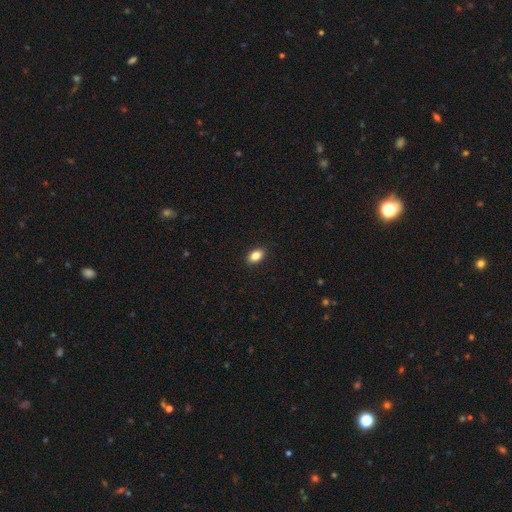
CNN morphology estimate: A smooth galaxy with no disk features (86%) that is in between round and cigar-shaped (88%). Merging: none (90%).